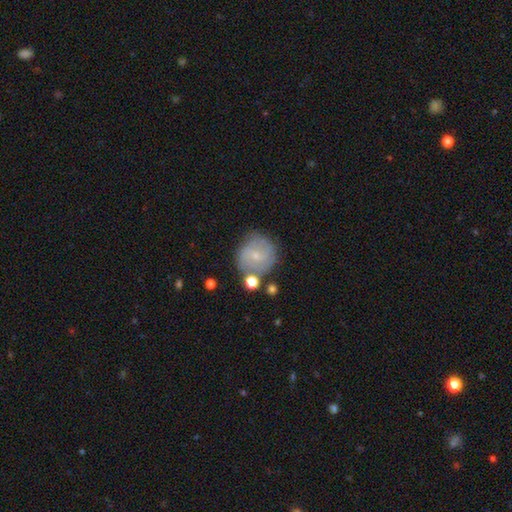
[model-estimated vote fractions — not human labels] Smooth or featured?
  - featured or disk: 53% *
  - smooth: 38%
  - star or artifact: 9%
Edge-on disk?
  - no: 97% *
  - yes: 3%
Bar?
  - no: 52% *
  - weak: 40%
  - strong: 8%
Spiral arms?
  - yes: 77% *
  - no: 23%
Bulge size?
  - small: 79% *
  - moderate: 15%
  - none: 5%
  - large: 1%
  - dominant: 1%
Merging?
  - none: 66% *
  - minor disturbance: 18%
  - merger: 9%
  - major disturbance: 7%